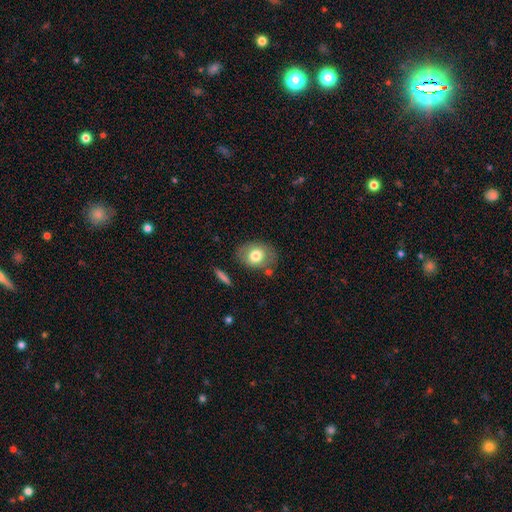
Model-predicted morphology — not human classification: This appears to be a smooth galaxy with no disk features (74%) that is in between round and cigar-shaped (65%). Merging: none (75%).